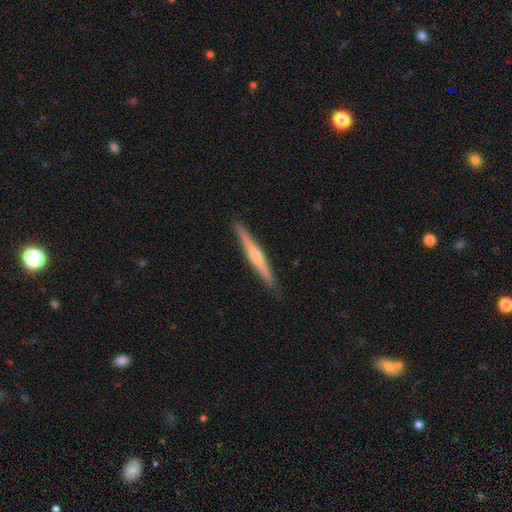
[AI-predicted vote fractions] Smooth or featured?
  - featured or disk: 60% *
  - smooth: 34%
  - star or artifact: 5%
Edge-on disk?
  - yes: 98% *
  - no: 2%
Edge-on bulge?
  - rounded: 69% *
  - none: 23%
  - boxy: 9%
Merging?
  - none: 92% *
  - minor disturbance: 6%
  - major disturbance: 1%
  - merger: 1%